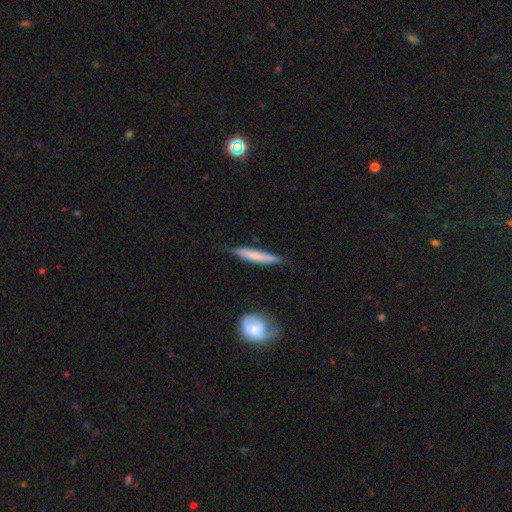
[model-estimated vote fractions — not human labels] Smooth or featured?
  - smooth: 62% *
  - featured or disk: 33%
  - star or artifact: 5%
How rounded?
  - cigar-shaped: 93% *
  - in between: 5%
  - round: 2%
Merging?
  - none: 74% *
  - minor disturbance: 19%
  - major disturbance: 4%
  - merger: 3%